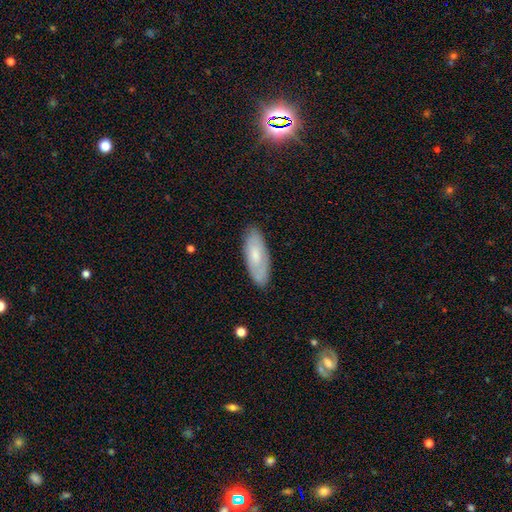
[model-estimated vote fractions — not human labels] A smooth galaxy with no disk features (61%) that is in between round and cigar-shaped (72%).

Vote fractions:
- Smooth or featured? smooth: 61% / featured or disk: 32% / star or artifact: 7%
- How rounded? in between: 72% / cigar-shaped: 26% / round: 2%
- Merging? none: 83% / minor disturbance: 13% / major disturbance: 3% / merger: 1%